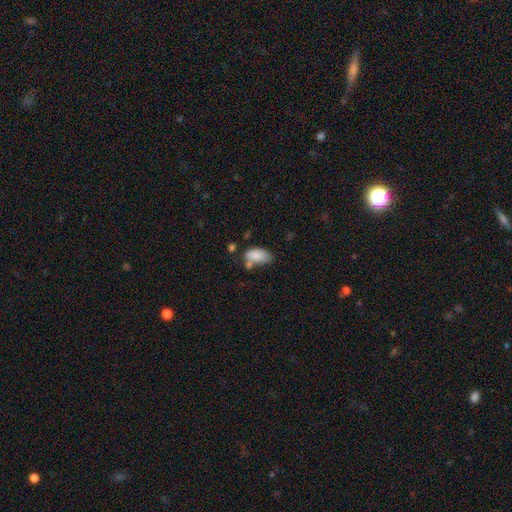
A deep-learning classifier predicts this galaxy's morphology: This appears to be a smooth galaxy with no disk features (82%) that is in between round and cigar-shaped (93%). Merging: none (45%).